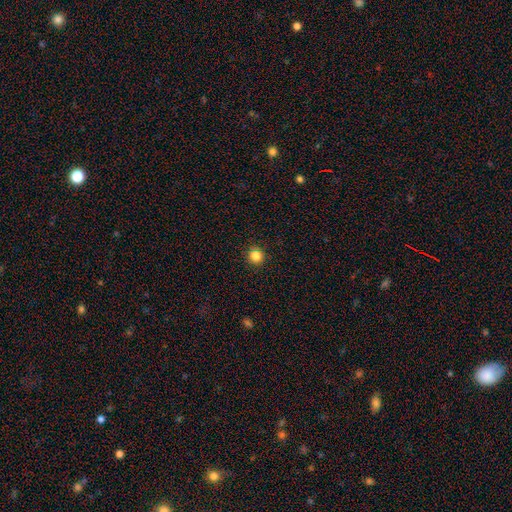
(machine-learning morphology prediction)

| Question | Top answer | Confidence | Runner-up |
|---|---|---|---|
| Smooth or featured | smooth | 84% | star or artifact (12%) |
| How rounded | round | 94% | in between (5%) |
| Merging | none | 92% | minor disturbance (5%) |